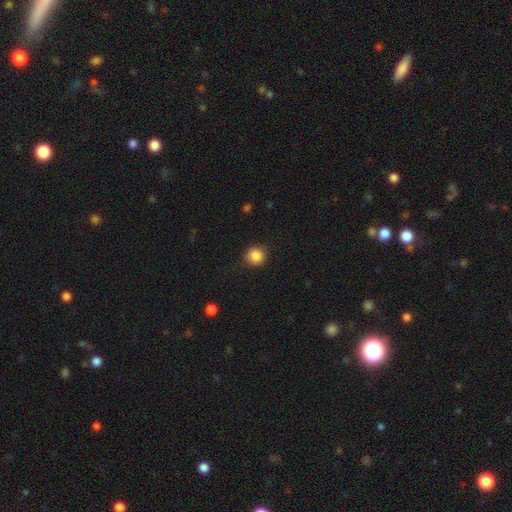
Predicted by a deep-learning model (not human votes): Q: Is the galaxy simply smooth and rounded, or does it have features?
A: smooth — 86%.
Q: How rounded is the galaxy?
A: round — 91%.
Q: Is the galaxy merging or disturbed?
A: none — 87%.